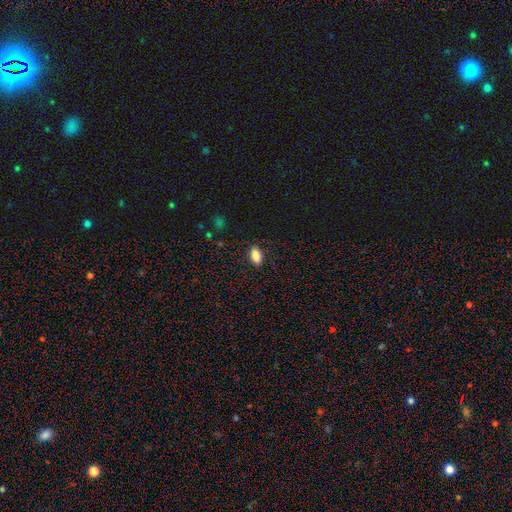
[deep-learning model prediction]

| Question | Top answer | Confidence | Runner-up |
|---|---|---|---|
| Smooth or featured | smooth | 83% | star or artifact (8%) |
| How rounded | in between | 88% | cigar-shaped (6%) |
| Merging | none | 87% | minor disturbance (9%) |